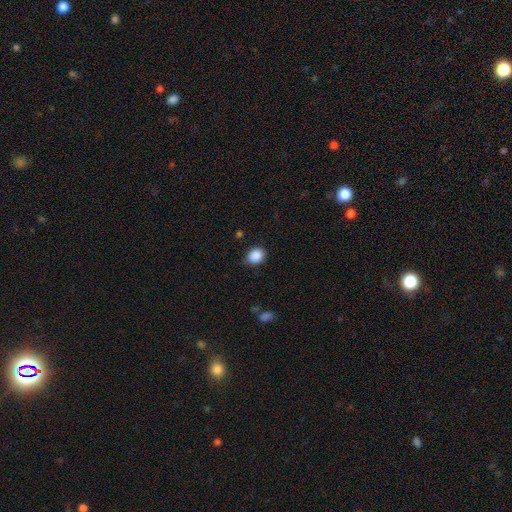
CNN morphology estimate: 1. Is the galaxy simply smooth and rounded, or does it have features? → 89% smooth, 8% star or artifact, 3% featured or disk.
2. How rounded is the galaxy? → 50% in between, 49% round, 1% cigar-shaped.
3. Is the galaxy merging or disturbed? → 81% none, 15% minor disturbance, 3% major disturbance, 1% merger.